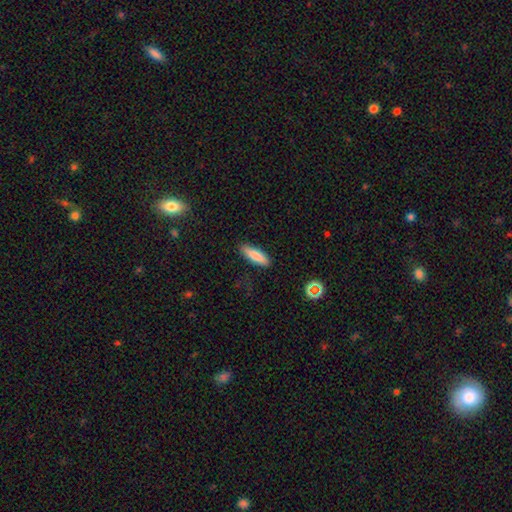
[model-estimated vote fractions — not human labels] This appears to be a smooth galaxy with no disk features (84%) that is cigar-shaped (53%). Merging: none (87%).